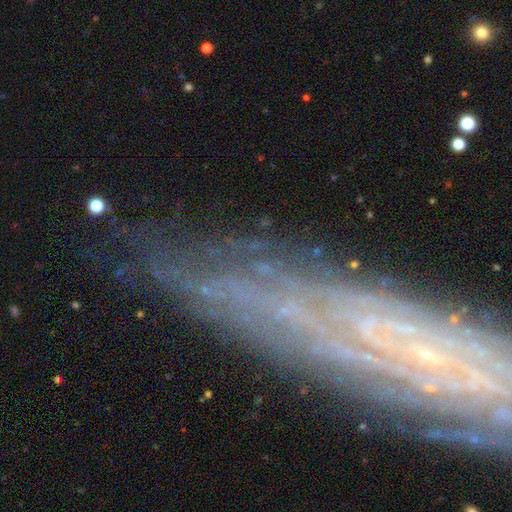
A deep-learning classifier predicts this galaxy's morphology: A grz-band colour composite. It shows a featured or disk galaxy (70%). Merging: none (77%).